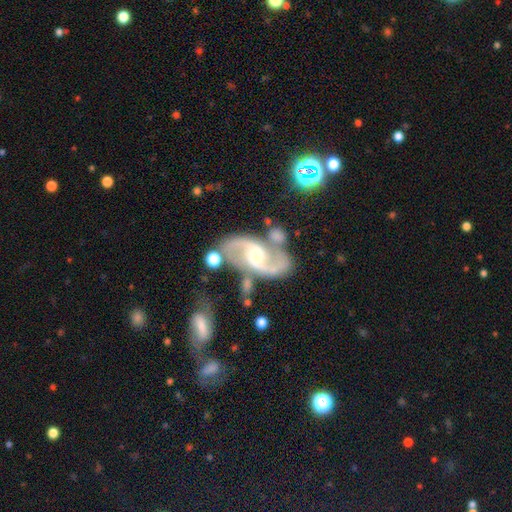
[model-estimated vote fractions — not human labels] Smooth or featured? featured or disk (90%)
Edge-on disk? no (97%)
Bar? weak (48%)
Spiral arms? yes (97%)
Spiral winding? medium (52%)
Spiral arm count? 2 (94%)
Bulge size? moderate (53%)
Merging? none (62%)